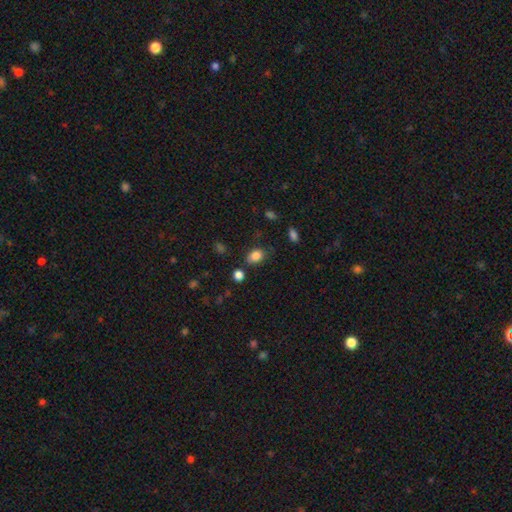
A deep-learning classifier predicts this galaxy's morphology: Smooth or featured: smooth — 85% (star or artifact — 10%)
How rounded: in between — 81% (round — 18%)
Merging: none — 74% (minor disturbance — 16%)